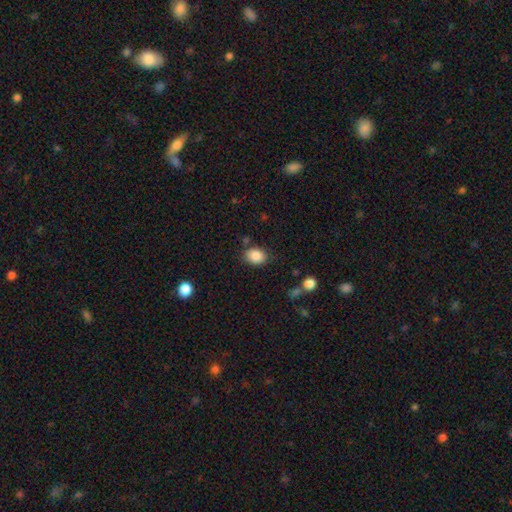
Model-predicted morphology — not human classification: A smooth galaxy with no disk features (86%) that is in between round and cigar-shaped (57%). Merging: none (77%).